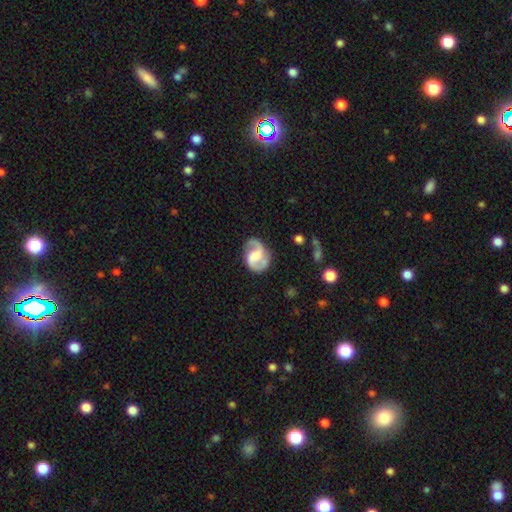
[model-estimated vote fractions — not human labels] This is clearly a featured or disk galaxy (85%). It is clearly not viewed edge-on (98%). Bar: possibly weak (48%). Spiral arm pattern: clearly yes (96%). Spiral arm count: clearly 2 (91%). Spiral winding: possibly medium (52%). Central bulge: possibly moderate (49%). Merging: likely none (77%).